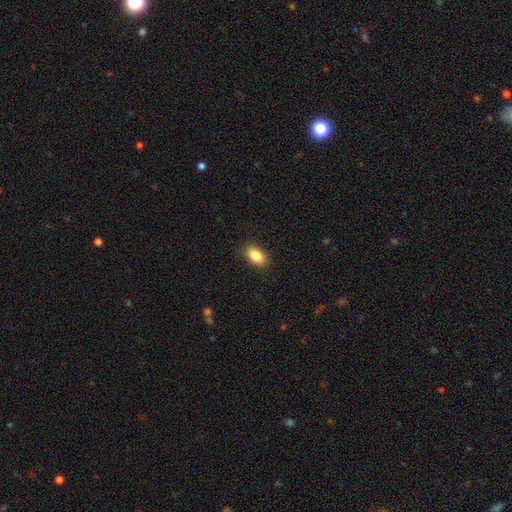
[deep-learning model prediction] Smooth or featured? smooth (86%)
How rounded? in between (91%)
Merging? none (89%)